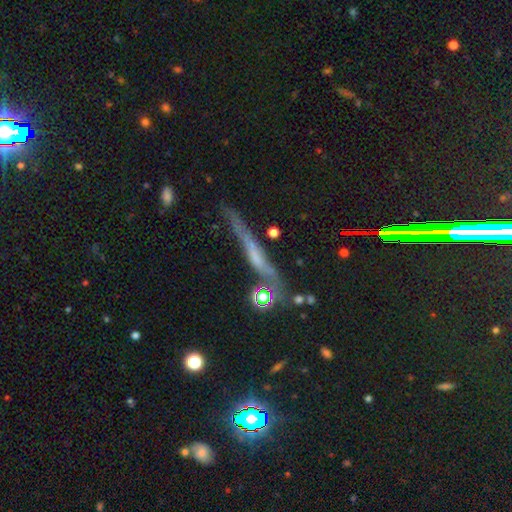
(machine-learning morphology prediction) smooth_or_featured: featured or disk (p=0.52) [alt: smooth p=0.30]
disk_edge_on: yes (p=0.89) [alt: no p=0.11]
merging: none (p=0.73) [alt: minor disturbance p=0.17]